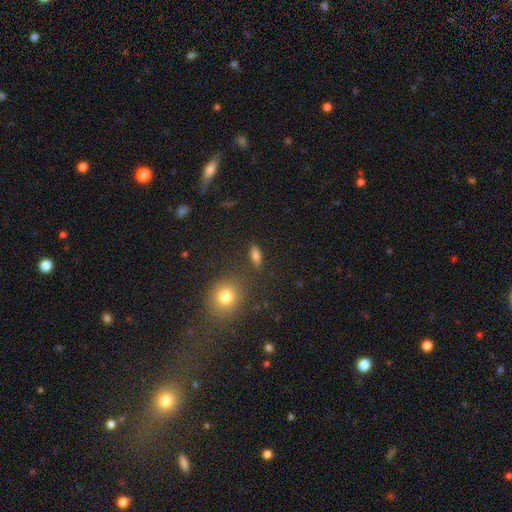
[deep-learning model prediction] Smooth or featured? smooth (79%)
How rounded? in between (74%)
Merging? none (84%)